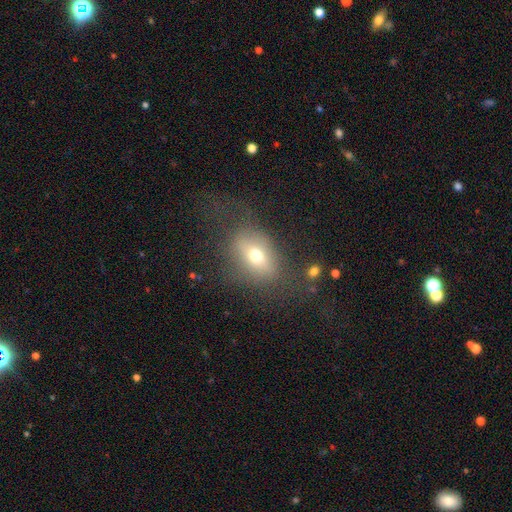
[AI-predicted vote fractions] A smooth galaxy with no disk features (65%) that is in between round and cigar-shaped (70%).

Vote fractions:
- Smooth or featured? smooth: 65% / featured or disk: 22% / star or artifact: 13%
- How rounded? in between: 70% / round: 28% / cigar-shaped: 2%
- Merging? none: 54% / major disturbance: 24% / minor disturbance: 20% / merger: 3%